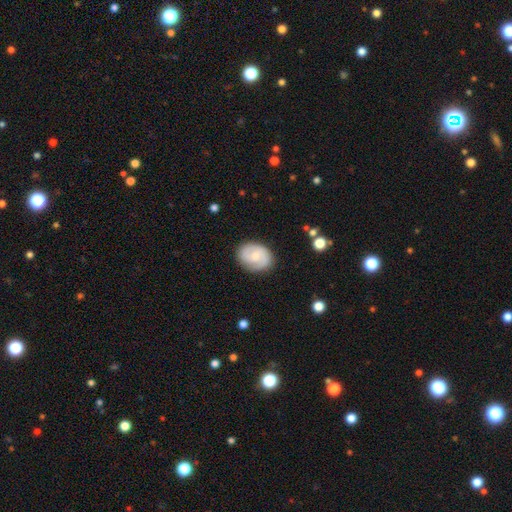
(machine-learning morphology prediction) Q: Smooth or featured?
A: featured or disk (60%); runner-up: smooth (34%)
Q: Edge-on disk?
A: no (97%); runner-up: yes (3%)
Q: Bar?
A: no (53%); runner-up: weak (41%)
Q: Spiral arms?
A: yes (89%); runner-up: no (11%)
Q: Spiral winding?
A: medium (44%); runner-up: tight (39%)
Q: Spiral arm count?
A: 2 (79%); runner-up: can't tell (11%)
Q: Bulge size?
A: small (46%); runner-up: moderate (43%)
Q: Merging?
A: none (82%); runner-up: minor disturbance (13%)